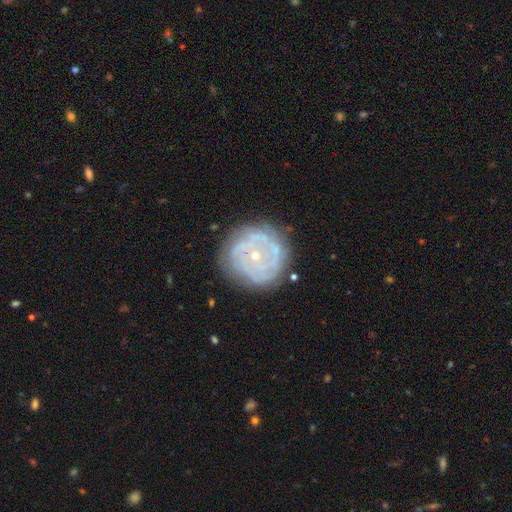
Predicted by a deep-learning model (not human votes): This appears to be a featured or disk galaxy (73%) with no bar (84%), spiral arms (69%) and a small central bulge (78%). Merging: none (75%).